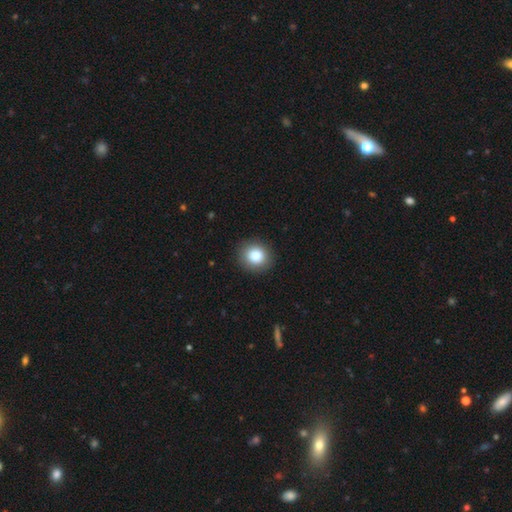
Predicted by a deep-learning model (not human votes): Smooth or featured?
  - smooth: 81% *
  - star or artifact: 10%
  - featured or disk: 8%
How rounded?
  - round: 86% *
  - in between: 13%
  - cigar-shaped: 1%
Merging?
  - none: 91% *
  - minor disturbance: 6%
  - major disturbance: 2%
  - merger: 1%